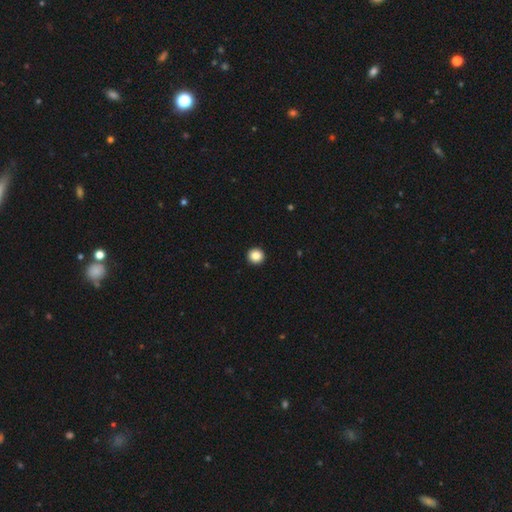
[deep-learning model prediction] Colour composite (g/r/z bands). It shows a smooth galaxy with no disk features (87%) that is round (95%). Merging: none (94%).